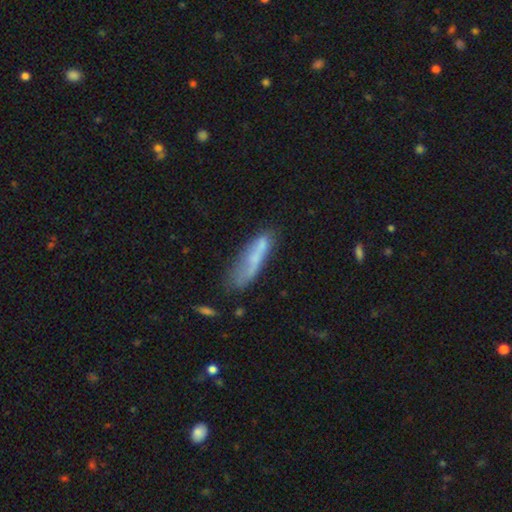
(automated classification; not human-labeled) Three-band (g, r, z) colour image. It shows a smooth galaxy with no disk features (57%) that is cigar-shaped (76%). Merging: none (49%).